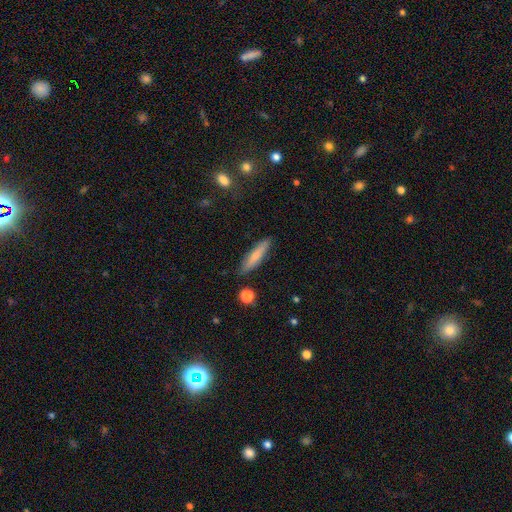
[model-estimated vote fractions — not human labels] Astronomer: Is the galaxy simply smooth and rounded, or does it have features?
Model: smooth — 74%.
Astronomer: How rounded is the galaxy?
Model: cigar-shaped — 85%.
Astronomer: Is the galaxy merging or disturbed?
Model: none — 87%.